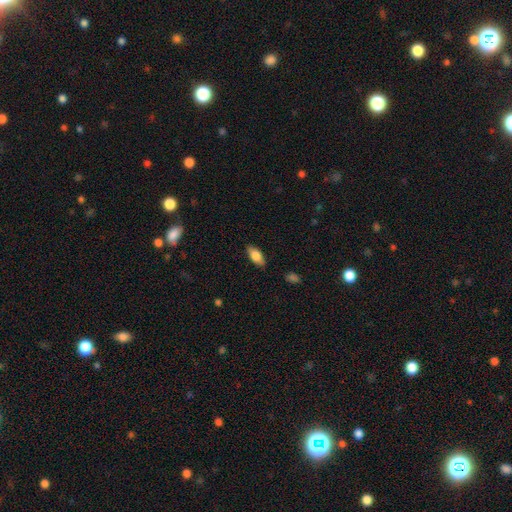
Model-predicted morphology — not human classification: This appears to be a smooth galaxy with no disk features (78%) that is in between round and cigar-shaped (86%). Merging: none (87%).